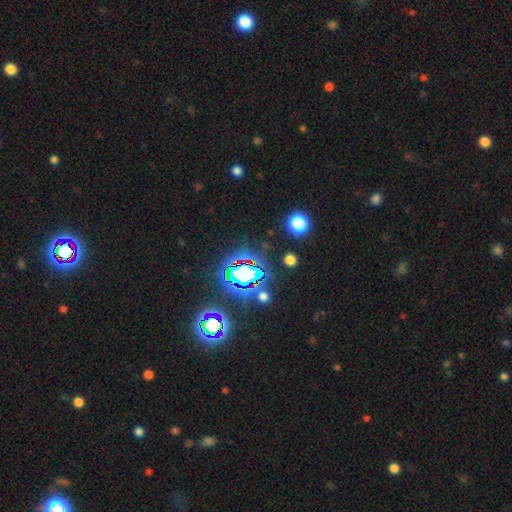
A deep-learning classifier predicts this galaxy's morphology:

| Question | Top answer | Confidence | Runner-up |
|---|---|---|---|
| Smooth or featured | star or artifact | 84% | smooth (10%) |